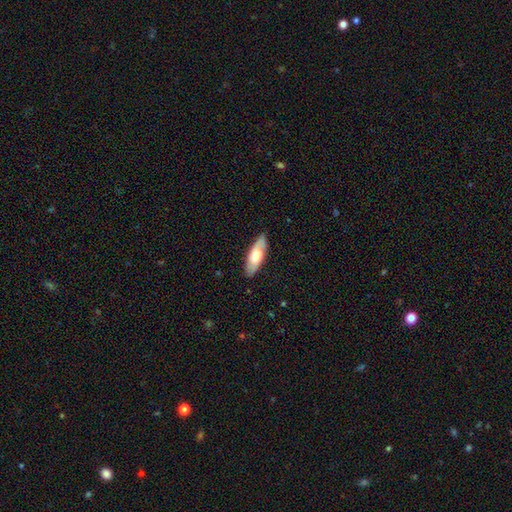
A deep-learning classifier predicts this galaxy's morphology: A smooth galaxy with no disk features (58%) that is in between round and cigar-shaped (60%).

Vote fractions:
- Smooth or featured? smooth: 58% / featured or disk: 36% / star or artifact: 6%
- How rounded? in between: 60% / cigar-shaped: 38% / round: 2%
- Merging? none: 85% / minor disturbance: 12% / major disturbance: 2% / merger: 1%